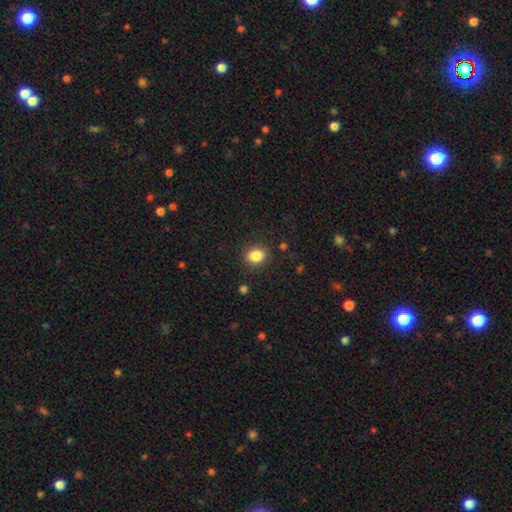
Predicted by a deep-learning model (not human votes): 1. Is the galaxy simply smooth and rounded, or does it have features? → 85% smooth, 10% star or artifact, 4% featured or disk.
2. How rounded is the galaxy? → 66% round, 33% in between, 1% cigar-shaped.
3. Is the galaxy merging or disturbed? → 87% none, 9% minor disturbance, 3% major disturbance, 1% merger.